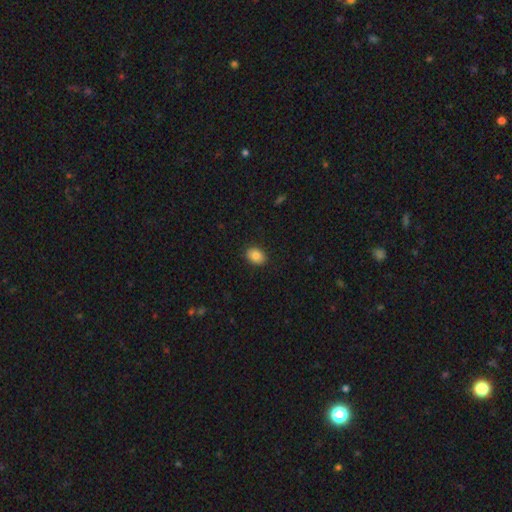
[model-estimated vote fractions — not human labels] smooth 85%, star or artifact 9%, featured or disk 6%. Down the decision tree: how rounded — in between (72%); merging — none (90%).